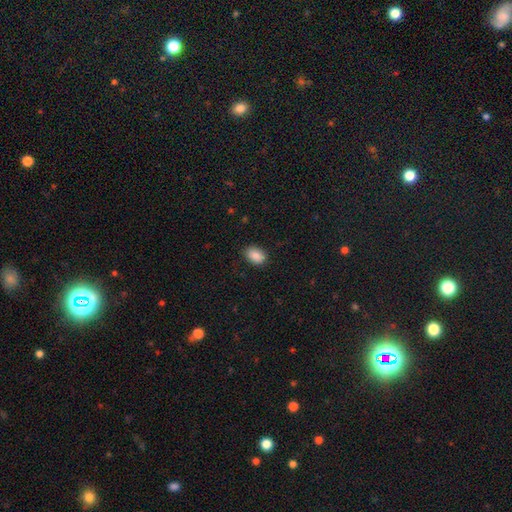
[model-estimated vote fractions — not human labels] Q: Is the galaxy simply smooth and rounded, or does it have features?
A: smooth — 88%.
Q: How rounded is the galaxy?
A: in between — 85%.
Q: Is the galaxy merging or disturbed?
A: none — 86%.